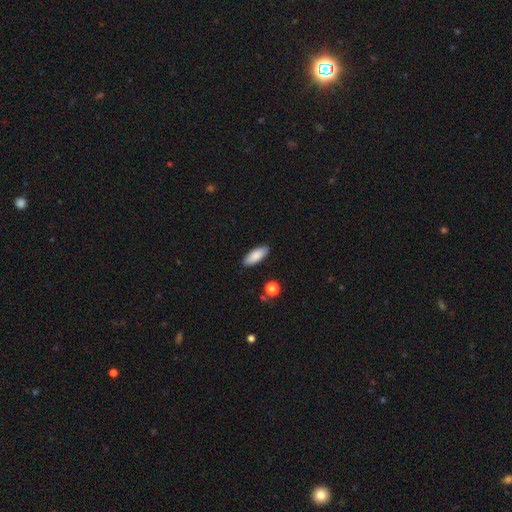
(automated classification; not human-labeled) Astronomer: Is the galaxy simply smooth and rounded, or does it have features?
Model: smooth — 87%.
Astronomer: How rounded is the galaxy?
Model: in between — 73%.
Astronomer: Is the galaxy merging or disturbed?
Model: none — 88%.